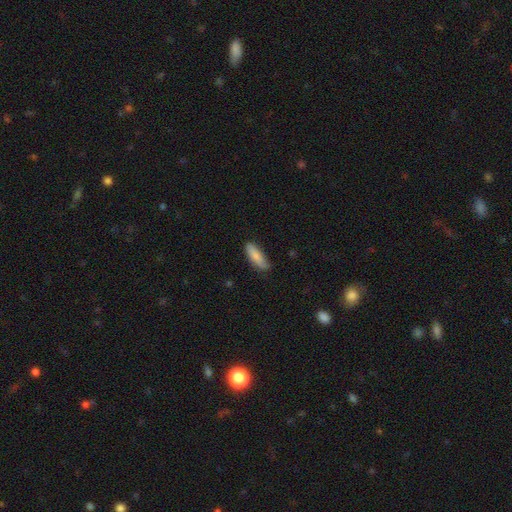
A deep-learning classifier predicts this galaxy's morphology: A smooth galaxy with no disk features (83%) that is in between round and cigar-shaped (51%).

Vote fractions:
- Smooth or featured? smooth: 83% / featured or disk: 11% / star or artifact: 6%
- How rounded? in between: 51% / cigar-shaped: 47% / round: 2%
- Merging? none: 79% / minor disturbance: 17% / major disturbance: 2% / merger: 1%